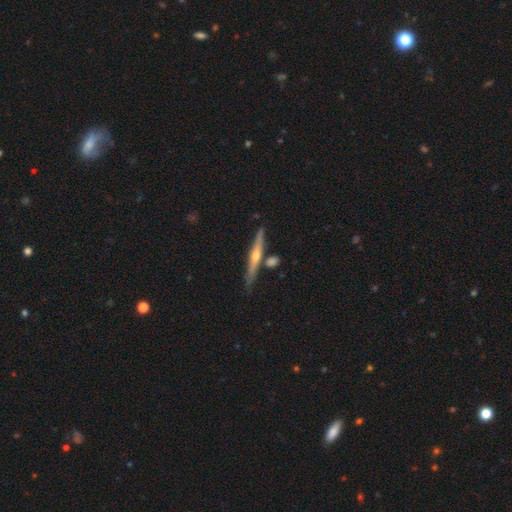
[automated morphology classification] Smooth or featured? featured or disk (72%)
Edge-on disk? yes (97%)
Edge-on bulge? rounded (84%)
Merging? none (81%)